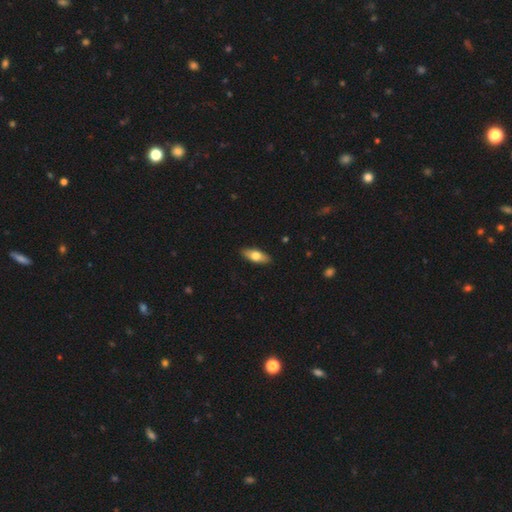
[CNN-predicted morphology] This appears to be a smooth galaxy with no disk features (68%) that is in between round and cigar-shaped (72%). Merging: none (90%).